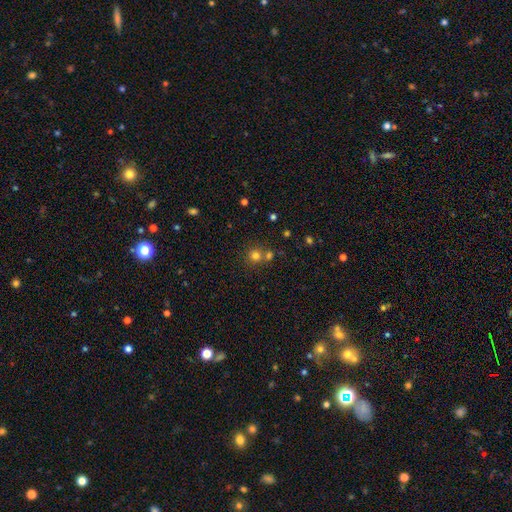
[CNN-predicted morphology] smooth 75%, star or artifact 17%, featured or disk 8%. Down the decision tree: how rounded — round (91%); merging — none (63%).